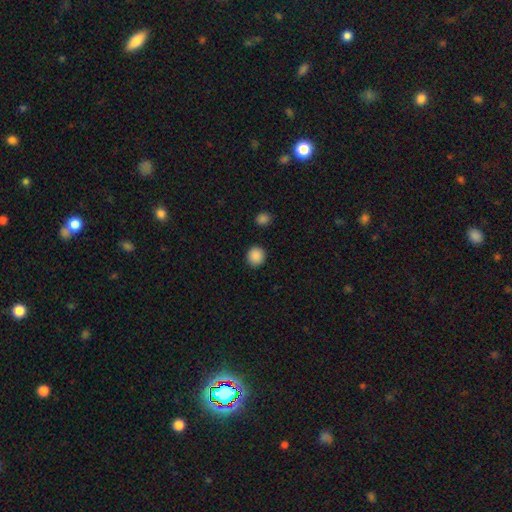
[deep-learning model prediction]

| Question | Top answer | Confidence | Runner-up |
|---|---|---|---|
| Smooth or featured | smooth | 89% | star or artifact (9%) |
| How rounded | round | 90% | in between (9%) |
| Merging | none | 91% | minor disturbance (5%) |